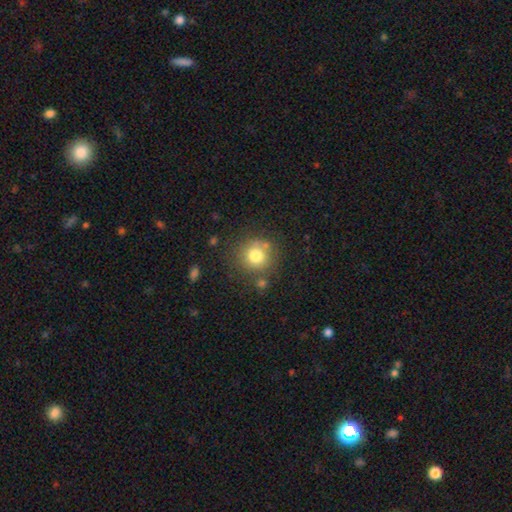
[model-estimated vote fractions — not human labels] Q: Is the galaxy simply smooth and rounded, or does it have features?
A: smooth — 77%.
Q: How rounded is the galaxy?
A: round — 91%.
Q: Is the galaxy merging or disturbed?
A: none — 74%.